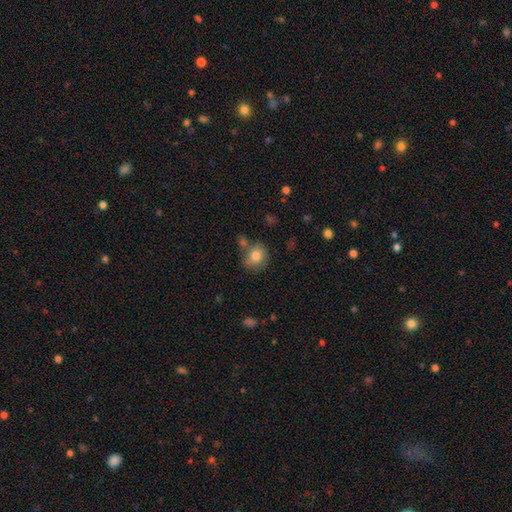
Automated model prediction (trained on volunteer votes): Morphology: type=smooth (78%); roundness=round (65%); merging=none (58%).